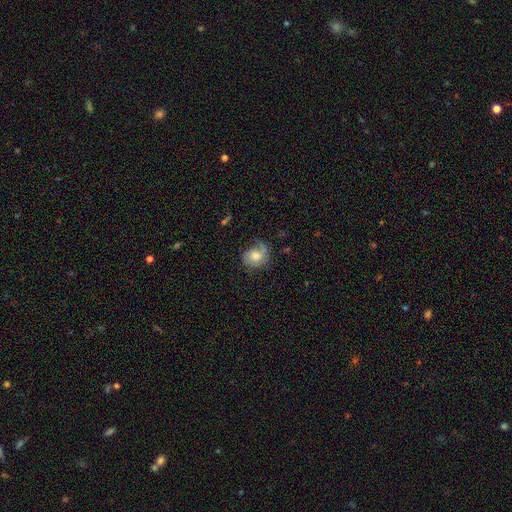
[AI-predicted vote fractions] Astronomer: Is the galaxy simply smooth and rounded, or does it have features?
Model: featured or disk — 50% (runner-up: smooth, 41%).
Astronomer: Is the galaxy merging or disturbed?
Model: none — 56%.